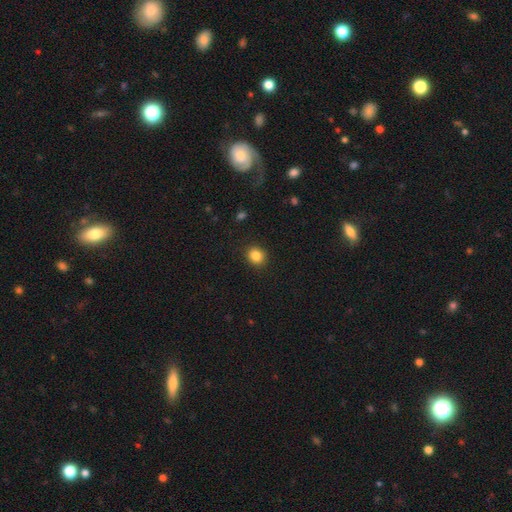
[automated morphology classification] This appears to be a smooth galaxy with no disk features (85%) that is round (77%). Merging: none (90%).